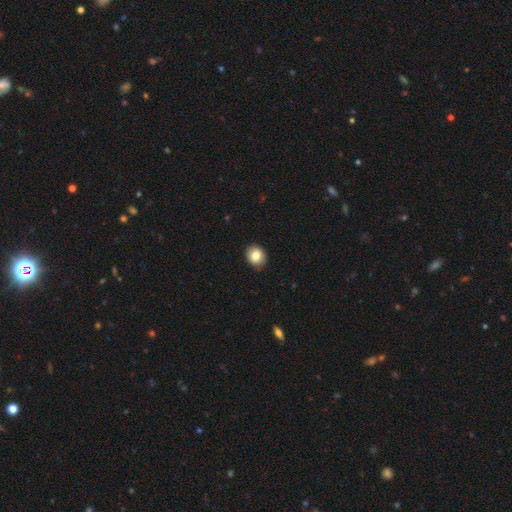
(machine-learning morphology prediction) The model was most divided on "how rounded": round: 65%, in between: 34%, cigar-shaped: 1%. More confident: merging — none (88%); smooth or featured — smooth (81%).